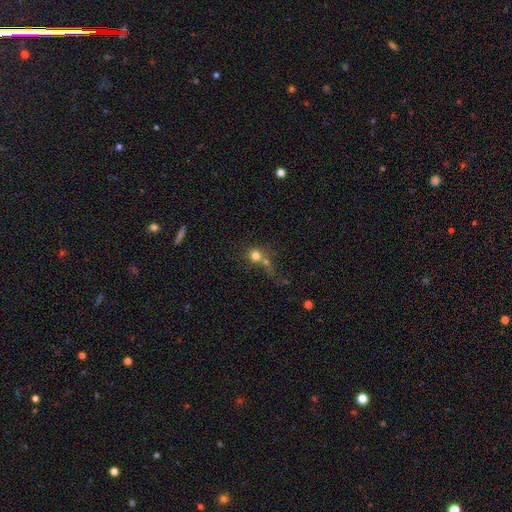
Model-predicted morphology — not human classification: Smooth or featured: smooth — 72% (star or artifact — 15%)
How rounded: round — 86% (in between — 12%)
Merging: merger — 45% (none — 39%)